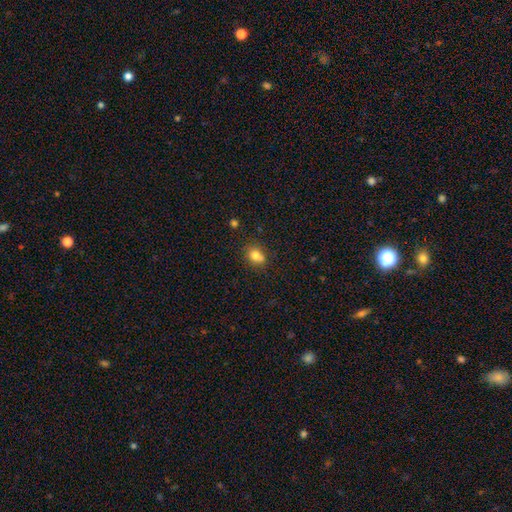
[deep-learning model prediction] Smooth or featured? smooth (79%)
How rounded? round (51%)
Merging? none (64%)